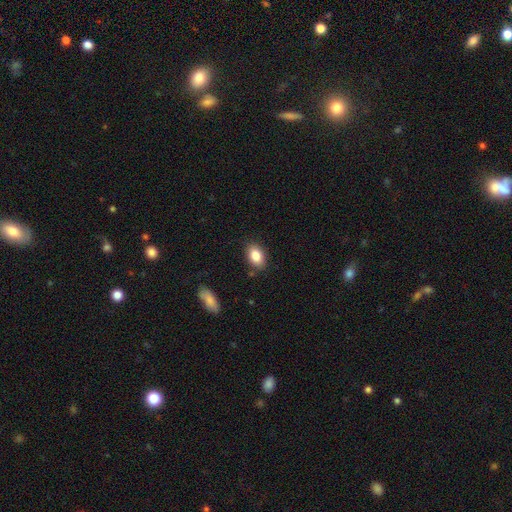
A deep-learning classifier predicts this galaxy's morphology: smooth 85%, star or artifact 8%, featured or disk 7%. Down the decision tree: how rounded — in between (86%); merging — none (83%).